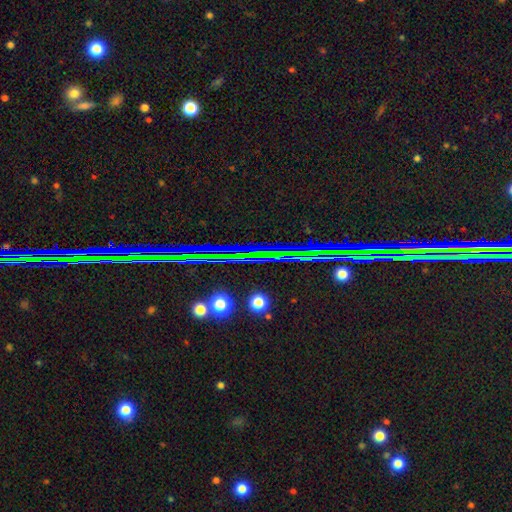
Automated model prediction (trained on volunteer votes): This is clearly a star or artifact rather than a galaxy (81%).